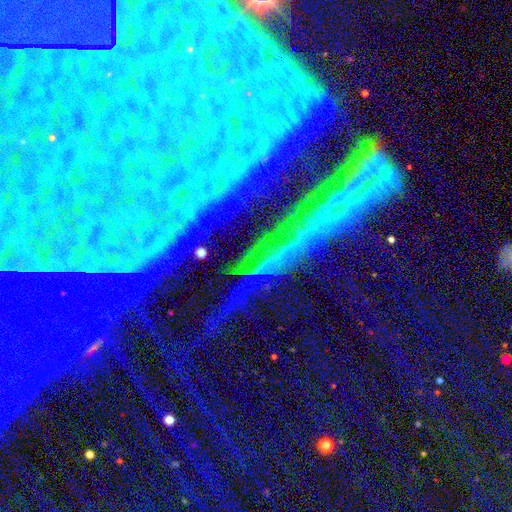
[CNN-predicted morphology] This is likely a star or artifact rather than a galaxy (80%).